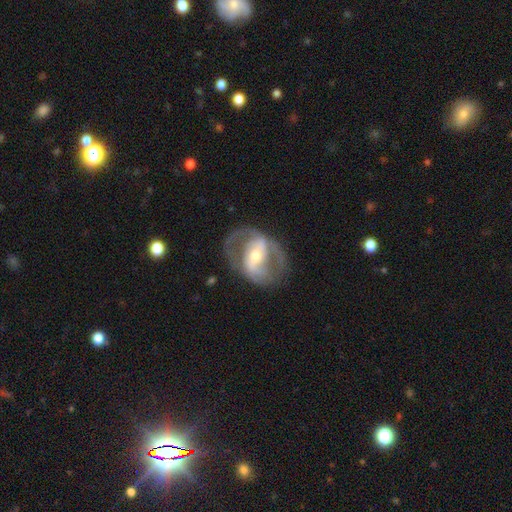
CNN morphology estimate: Overall: featured or disk (81%). Edge-on disk: no (95%). Bar: strong (47%; weak 32%). Spiral arms: yes (73%). Spiral arm count: 2 (82%). Spiral winding: medium (50%; loose 27%). Bulge size: moderate (58%; small 31%). Merging: none (67%).